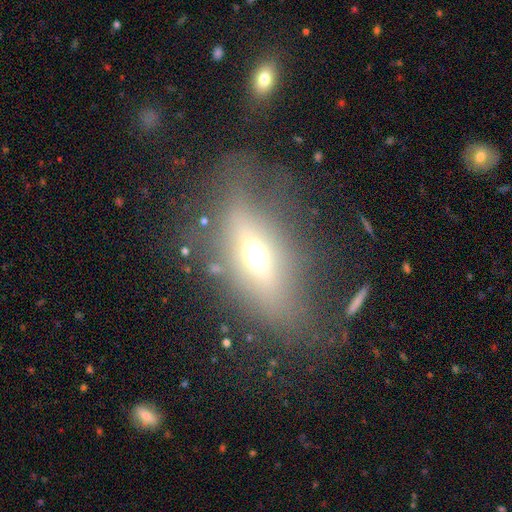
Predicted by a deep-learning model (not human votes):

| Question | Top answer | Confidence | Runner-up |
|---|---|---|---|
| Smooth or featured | featured or disk | 45% | smooth (40%) |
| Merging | none | 52% | major disturbance (23%) |